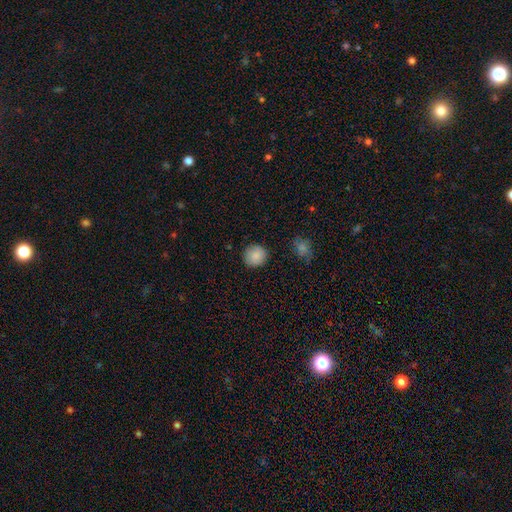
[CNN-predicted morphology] type=smooth (87%); roundness=round (91%); merging=none (88%).